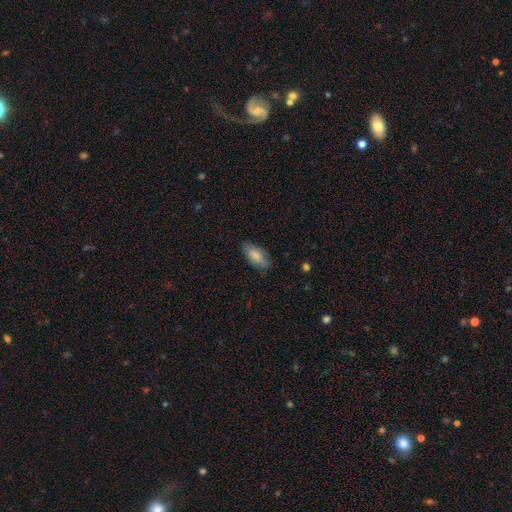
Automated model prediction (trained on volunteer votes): Smooth or featured? Predicted: smooth (p=0.79). How rounded? Predicted: in between (p=0.86). Merging? Predicted: none (p=0.79).